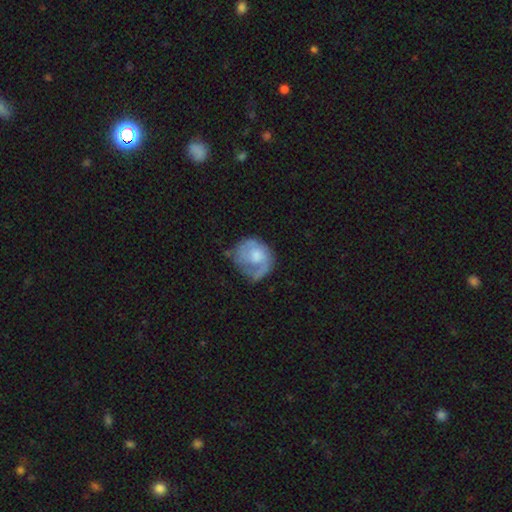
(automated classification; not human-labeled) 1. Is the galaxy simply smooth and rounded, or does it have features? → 56% featured or disk, 37% smooth, 6% star or artifact.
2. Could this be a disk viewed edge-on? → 98% no, 2% yes.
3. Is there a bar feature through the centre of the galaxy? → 73% no, 23% weak, 3% strong.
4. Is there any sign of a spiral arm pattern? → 68% yes, 32% no.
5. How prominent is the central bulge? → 48% moderate, 23% small, 15% large, 12% none, 2% dominant.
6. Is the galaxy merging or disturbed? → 49% none, 28% minor disturbance, 21% major disturbance, 3% merger.